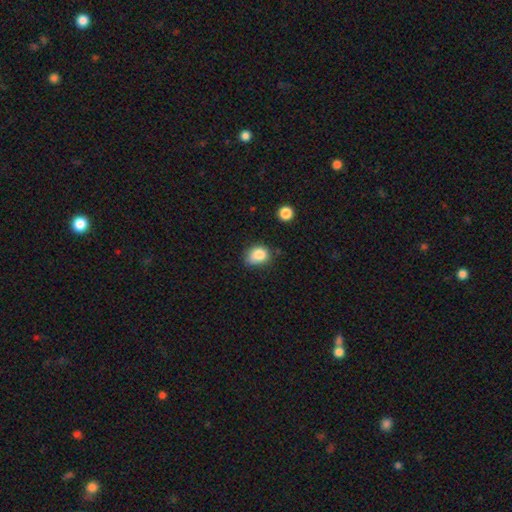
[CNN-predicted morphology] type=smooth (83%); roundness=round (51%); merging=none (50%).